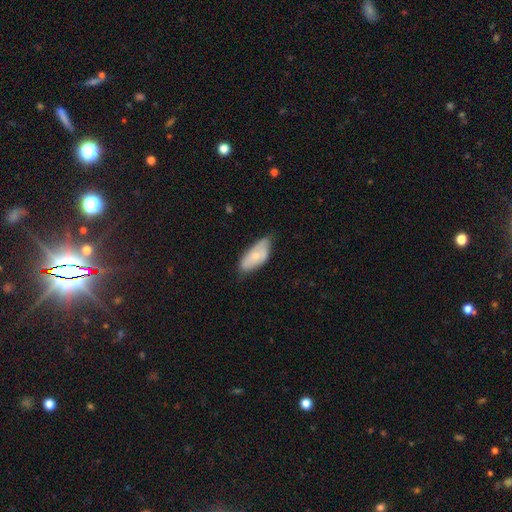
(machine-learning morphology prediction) Q: Smooth or featured?
A: smooth (61%); runner-up: featured or disk (32%)
Q: How rounded?
A: in between (89%); runner-up: cigar-shaped (8%)
Q: Merging?
A: none (55%); runner-up: minor disturbance (36%)